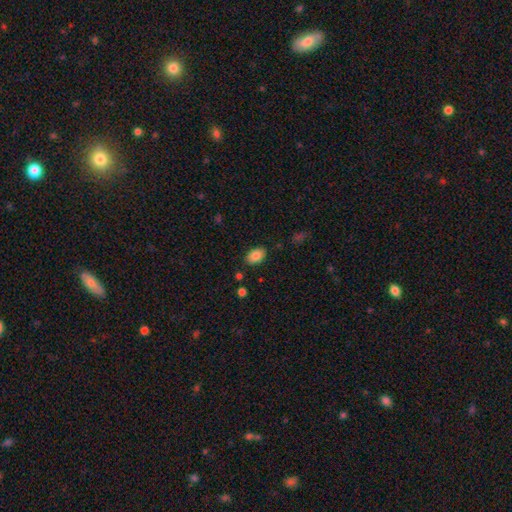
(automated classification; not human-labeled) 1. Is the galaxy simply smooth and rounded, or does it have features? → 84% smooth, 8% featured or disk, 8% star or artifact.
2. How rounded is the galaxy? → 88% in between, 11% round, 1% cigar-shaped.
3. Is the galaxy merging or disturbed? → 85% none, 11% minor disturbance, 2% major disturbance, 2% merger.